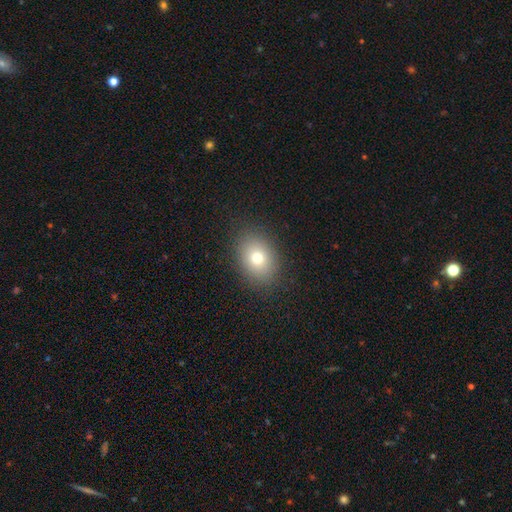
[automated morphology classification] The model was most divided on "how rounded": in between: 63%, round: 35%, cigar-shaped: 1%. More confident: merging — none (89%); smooth or featured — smooth (75%).